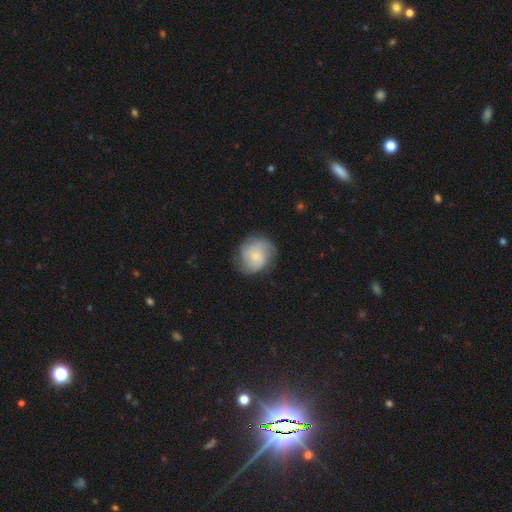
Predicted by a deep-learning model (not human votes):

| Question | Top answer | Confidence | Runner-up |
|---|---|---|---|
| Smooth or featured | featured or disk | 54% | smooth (39%) |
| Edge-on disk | no | 98% | yes (2%) |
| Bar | no | 69% | weak (28%) |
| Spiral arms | yes | 89% | no (11%) |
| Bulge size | small | 62% | moderate (25%) |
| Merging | none | 72% | minor disturbance (19%) |